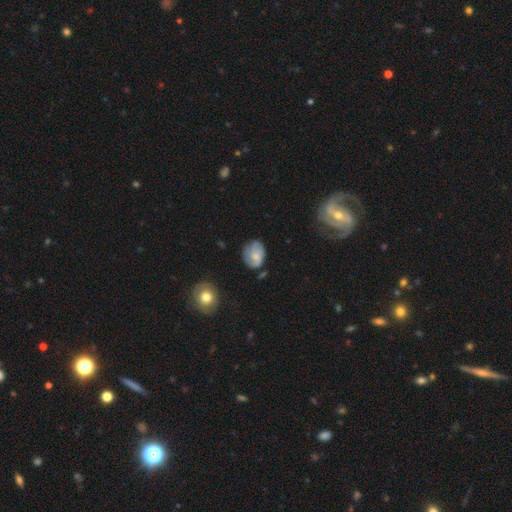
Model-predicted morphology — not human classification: Overall: smooth (52%; featured or disk 40%). How rounded: in between (54%; round 45%). Merging: none (59%; minor disturbance 28%).